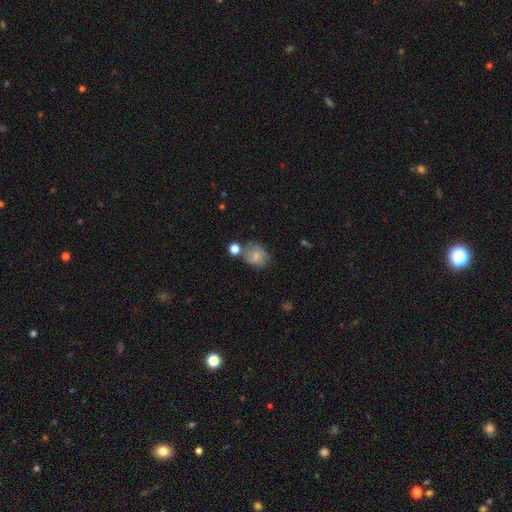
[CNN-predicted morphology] Smooth or featured? smooth (66%)
How rounded? in between (54%)
Merging? none (49%)